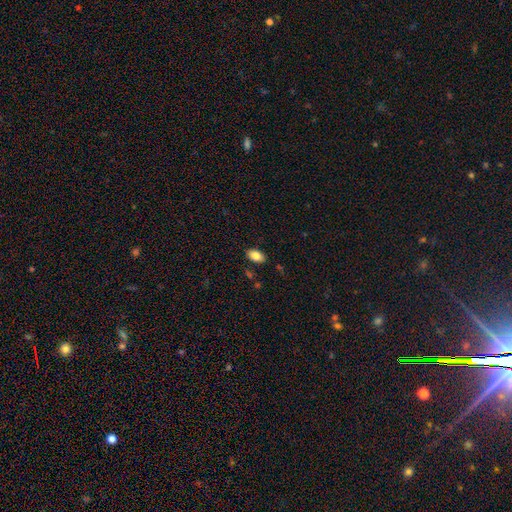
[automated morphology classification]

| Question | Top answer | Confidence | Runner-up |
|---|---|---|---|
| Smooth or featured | smooth | 83% | featured or disk (9%) |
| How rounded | in between | 93% | round (5%) |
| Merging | none | 86% | minor disturbance (10%) |